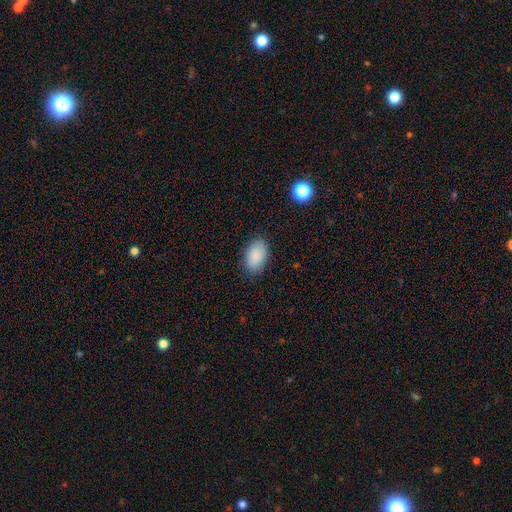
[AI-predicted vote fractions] Overall: smooth (89%). How rounded: in between (91%). Merging: none (84%).